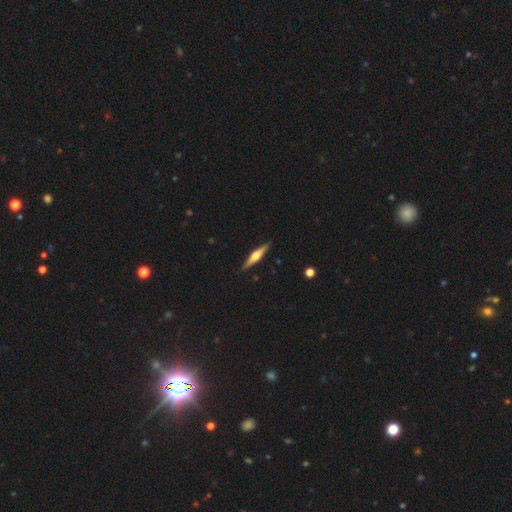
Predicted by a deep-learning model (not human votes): A featured or disk galaxy (68%) viewed edge-on (97%) with a rounded central bulge (89%). Merging: none (91%).